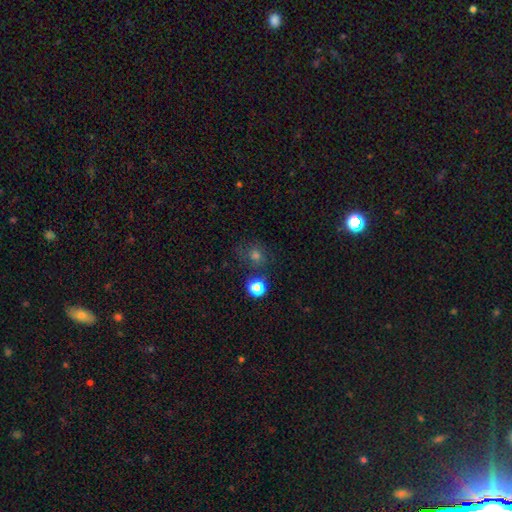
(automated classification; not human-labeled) smooth-or-featured: smooth: 62% | star or artifact: 29% | featured or disk: 9%
  how-rounded: round: 85% | in between: 14% | cigar-shaped: 1%
  merging: none: 70% | minor disturbance: 13% | merger: 9% | major disturbance: 7%